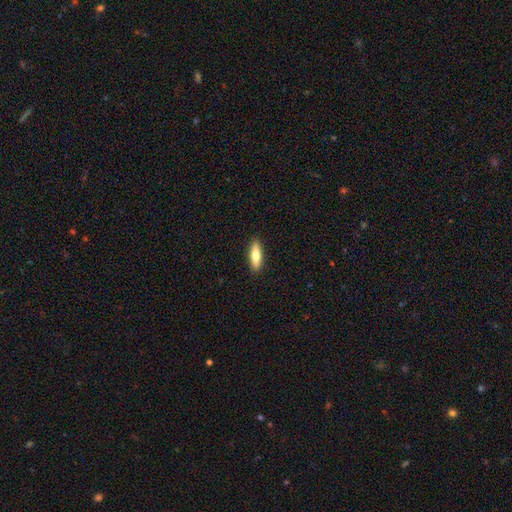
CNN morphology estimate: Smooth or featured? smooth (67%)
How rounded? cigar-shaped (56%)
Merging? none (90%)